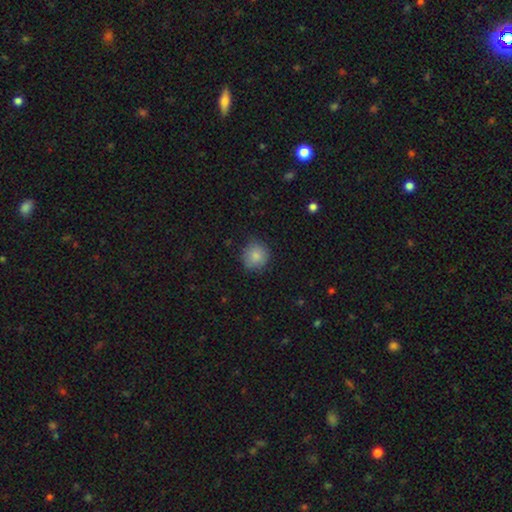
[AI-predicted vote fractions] smooth_or_featured: smooth (p=0.85) [alt: star or artifact p=0.09]
how_rounded: round (p=0.88) [alt: in between p=0.11]
merging: none (p=0.78) [alt: minor disturbance p=0.18]